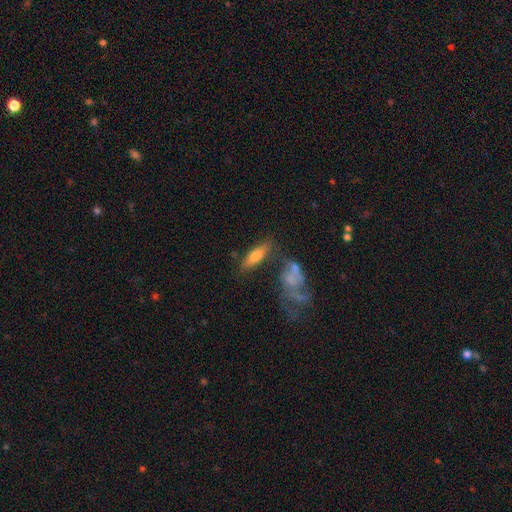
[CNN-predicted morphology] Smooth or featured? smooth (65%)
How rounded? in between (53%)
Merging? none (60%)